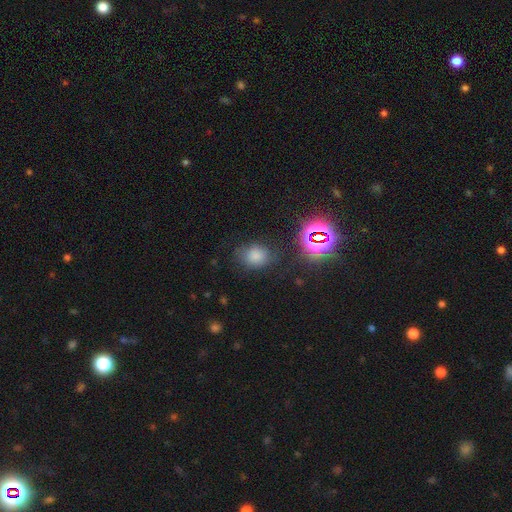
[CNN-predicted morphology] type=smooth (72%); roundness=round (51%); merging=none (72%).